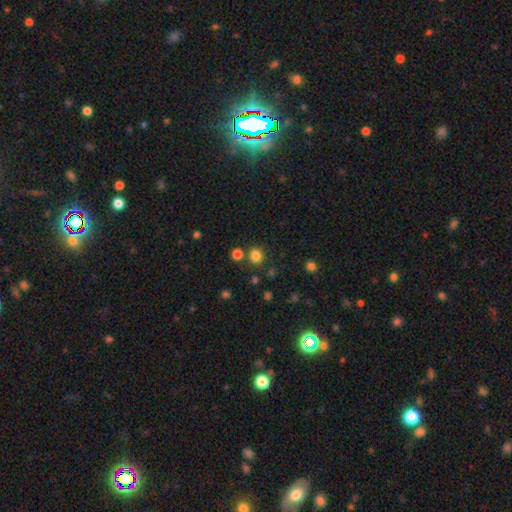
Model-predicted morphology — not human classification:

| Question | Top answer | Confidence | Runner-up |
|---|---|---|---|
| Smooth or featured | smooth | 82% | star or artifact (14%) |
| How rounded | round | 83% | in between (17%) |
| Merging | none | 81% | minor disturbance (8%) |